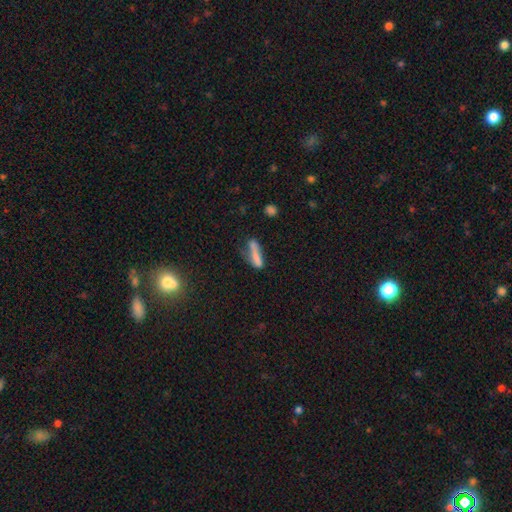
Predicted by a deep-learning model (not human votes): Smooth or featured: smooth — 71% (featured or disk — 19%)
How rounded: cigar-shaped — 74% (in between — 23%)
Merging: none — 42% (minor disturbance — 28%)